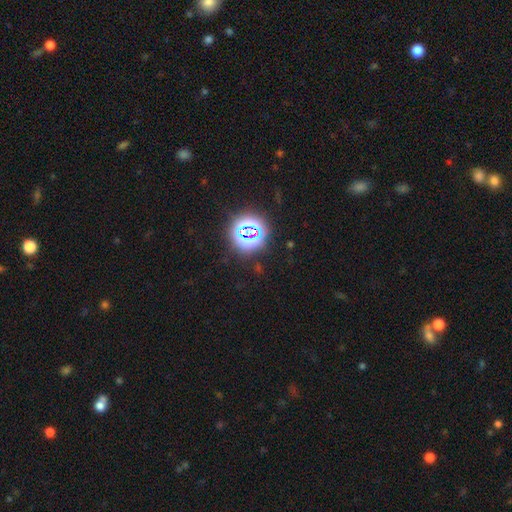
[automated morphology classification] smooth-or-featured: star or artifact: 78% | smooth: 16% | featured or disk: 6%